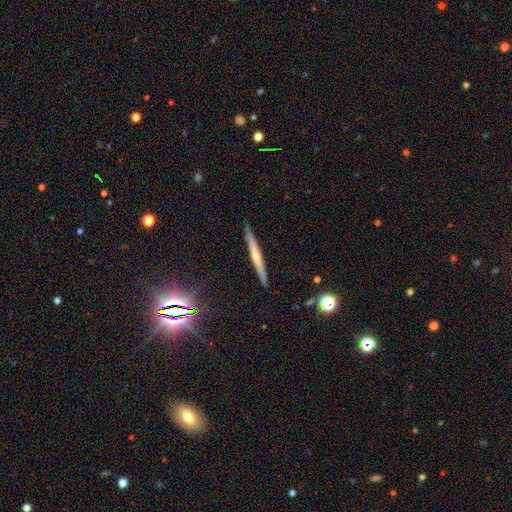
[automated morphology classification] Overall: featured or disk (63%). Edge-on disk: yes (97%). Edge-on bulge: rounded (74%). Merging: none (90%).